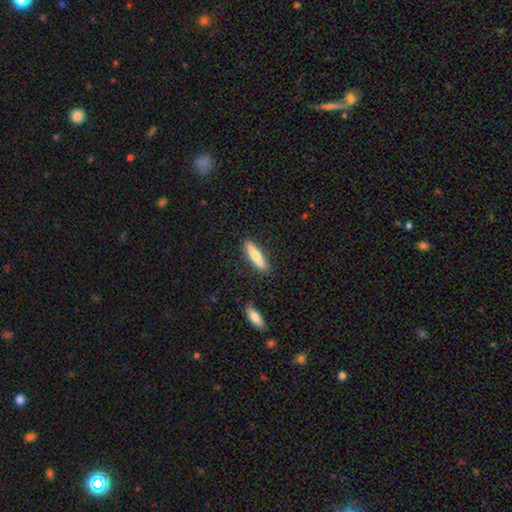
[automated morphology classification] type=smooth (64%); roundness=cigar-shaped (77%); merging=none (87%).